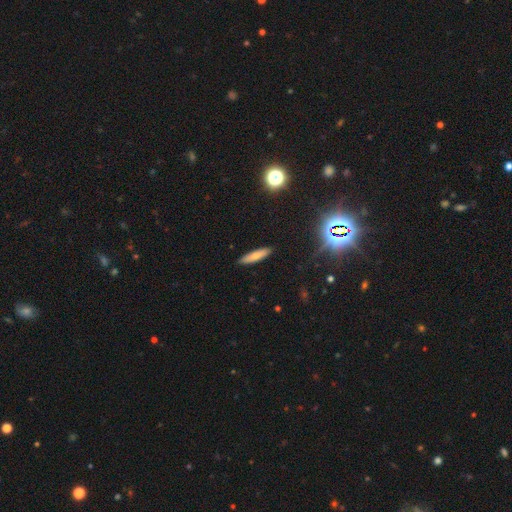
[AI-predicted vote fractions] smooth_or_featured: smooth (p=0.70) [alt: featured or disk p=0.20]
how_rounded: cigar-shaped (p=0.79) [alt: in between p=0.20]
merging: none (p=0.90) [alt: minor disturbance p=0.08]